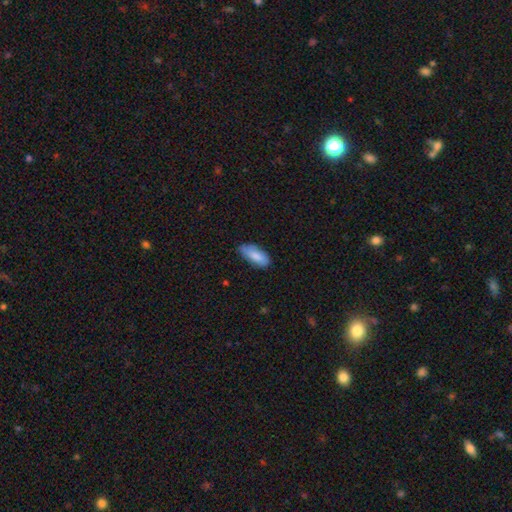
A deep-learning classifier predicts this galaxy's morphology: Smooth or featured? smooth (83%)
How rounded? in between (82%)
Merging? none (73%)